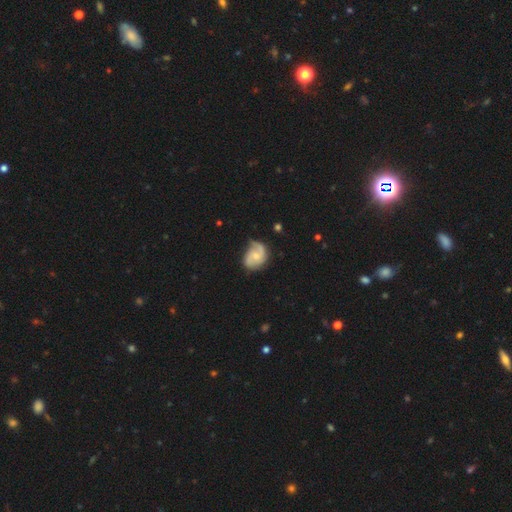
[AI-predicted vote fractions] Smooth or featured?
  - featured or disk: 77% *
  - smooth: 18%
  - star or artifact: 5%
Edge-on disk?
  - no: 98% *
  - yes: 2%
Bar?
  - no: 58% *
  - weak: 36%
  - strong: 6%
Spiral arms?
  - yes: 95% *
  - no: 5%
Spiral winding?
  - medium: 46% *
  - tight: 28%
  - loose: 27%
Spiral arm count?
  - 2: 75% *
  - can't tell: 8%
  - 1: 8%
  - 3: 6%
  - 4: 1%
  - more than 4: 1%
Bulge size?
  - small: 50% *
  - moderate: 39%
  - none: 8%
  - large: 2%
  - dominant: 1%
Merging?
  - none: 61% *
  - minor disturbance: 27%
  - major disturbance: 11%
  - merger: 2%